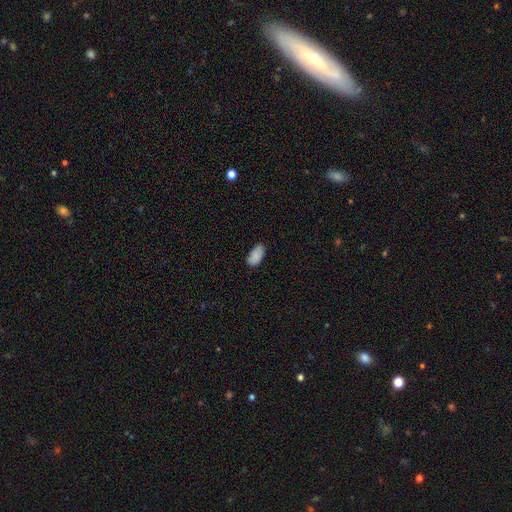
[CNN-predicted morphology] A smooth galaxy with no disk features (86%) that is in between round and cigar-shaped (95%). Merging: none (80%).